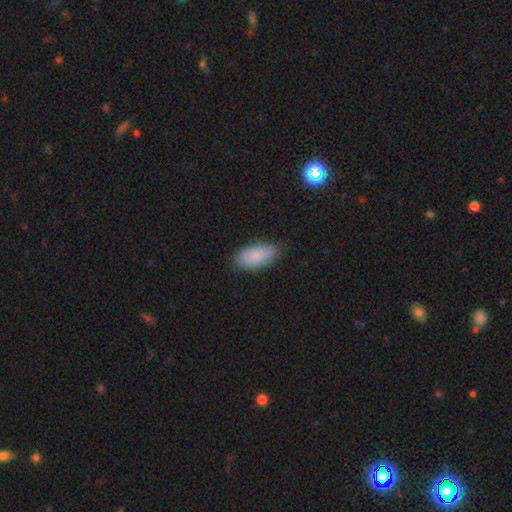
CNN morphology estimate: This is clearly a smooth galaxy (86%). How rounded: clearly in between (90%). Merging: likely none (79%).